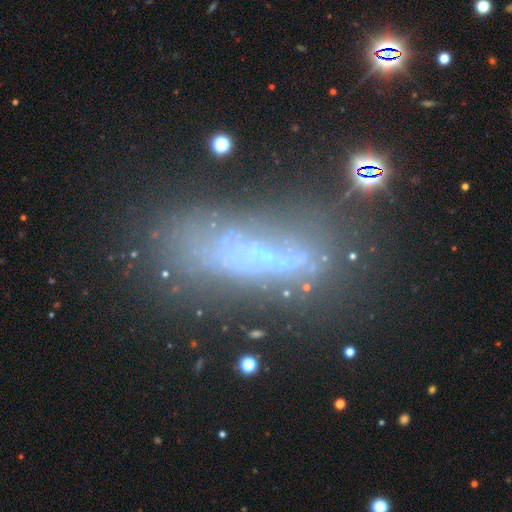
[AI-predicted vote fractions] Smooth or featured: featured or disk — 55% (smooth — 27%)
Edge-on disk: no — 62% (yes — 38%)
Merging: none — 50% (minor disturbance — 23%)